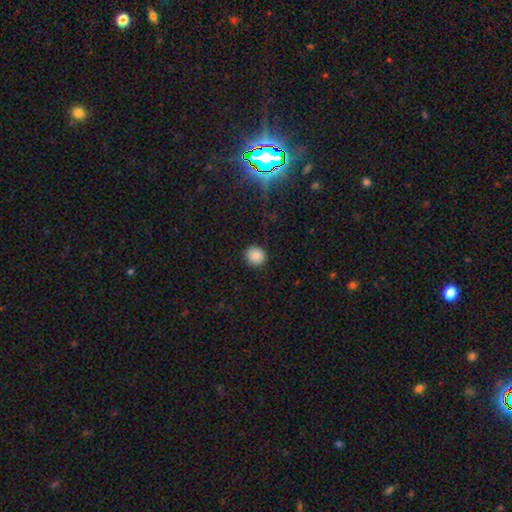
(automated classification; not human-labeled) Smooth or featured?
  - smooth: 86% *
  - star or artifact: 10%
  - featured or disk: 4%
How rounded?
  - round: 86% *
  - in between: 13%
  - cigar-shaped: 1%
Merging?
  - none: 89% *
  - minor disturbance: 7%
  - major disturbance: 2%
  - merger: 1%